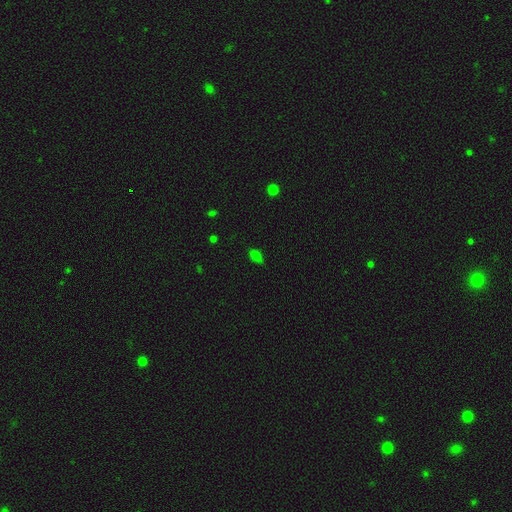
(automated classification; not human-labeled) smooth_or_featured: smooth (p=0.71) [alt: star or artifact p=0.22]
how_rounded: in between (p=0.86) [alt: cigar-shaped p=0.08]
merging: none (p=0.75) [alt: minor disturbance p=0.19]